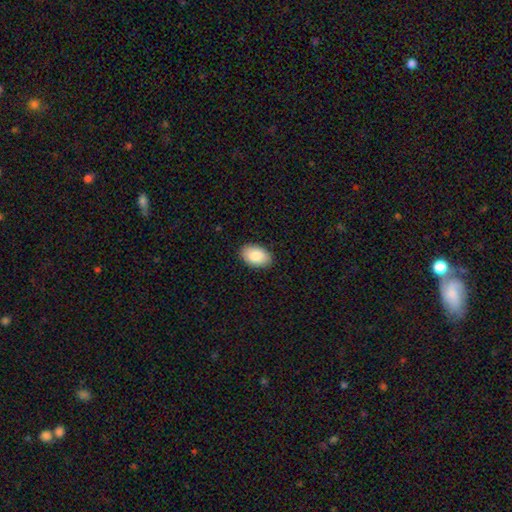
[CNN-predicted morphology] Smooth or featured? smooth (88%)
How rounded? in between (92%)
Merging? none (89%)